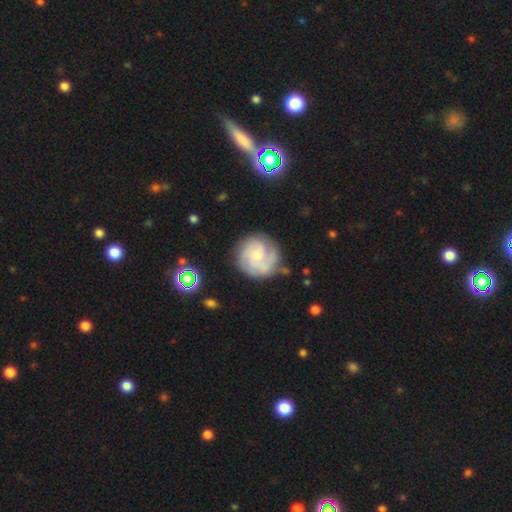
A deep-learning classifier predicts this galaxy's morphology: A featured or disk galaxy (70%) with no bar (69%), 2 (30%) tight (55%) spiral arms (92%) and a small central bulge (55%). Merging: none (72%).